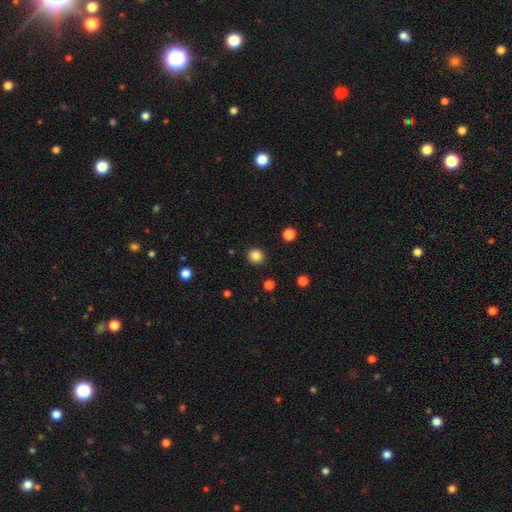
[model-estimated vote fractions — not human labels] Smooth or featured: smooth — 84% (star or artifact — 12%)
How rounded: round — 87% (in between — 12%)
Merging: none — 91% (minor disturbance — 6%)